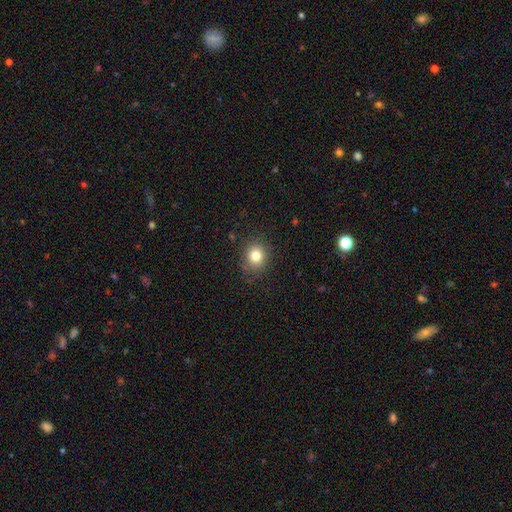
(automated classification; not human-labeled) Smooth or featured: smooth — 81% (star or artifact — 12%)
How rounded: round — 72% (in between — 27%)
Merging: none — 87% (minor disturbance — 9%)